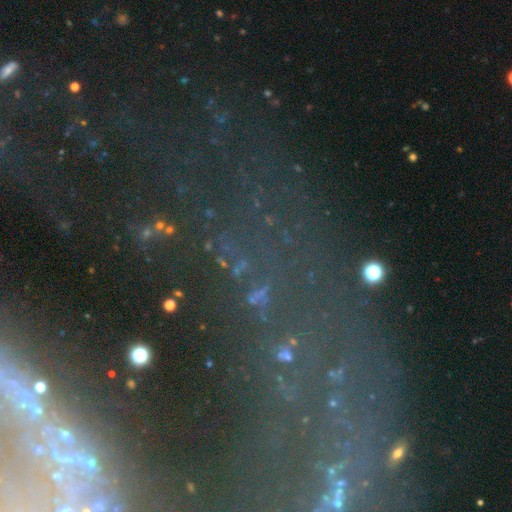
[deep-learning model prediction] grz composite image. It shows a star or artifact, not a galaxy (58%).